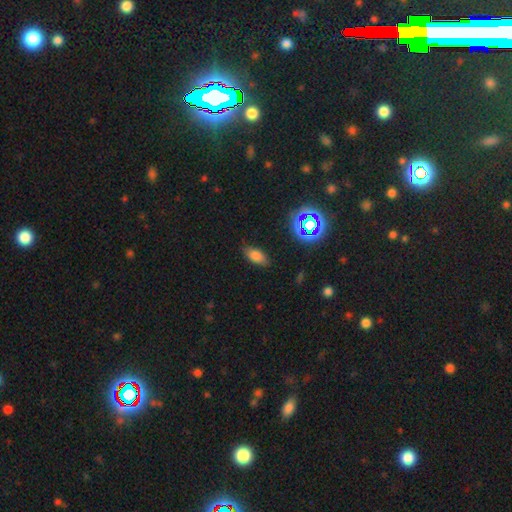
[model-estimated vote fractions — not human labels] Morphology: type=smooth (73%); roundness=in between (86%); merging=none (83%).